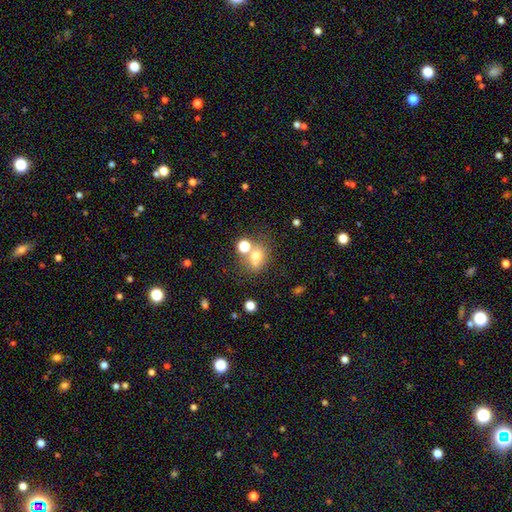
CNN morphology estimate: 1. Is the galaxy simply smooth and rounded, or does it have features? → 66% smooth, 18% star or artifact, 17% featured or disk.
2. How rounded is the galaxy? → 62% round, 37% in between, 1% cigar-shaped.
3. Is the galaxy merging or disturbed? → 49% none, 32% merger, 12% minor disturbance, 7% major disturbance.